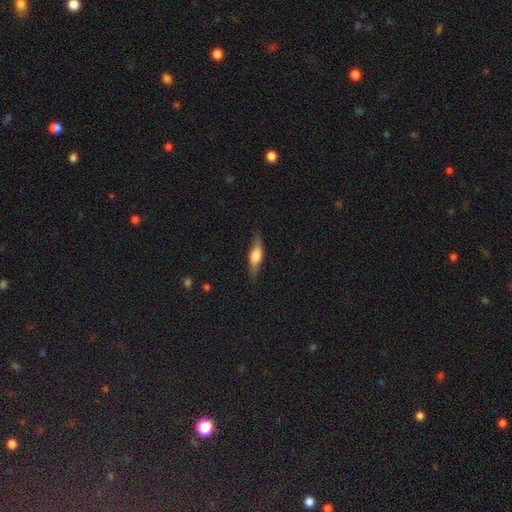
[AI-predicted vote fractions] Smooth or featured? Predicted: smooth (p=0.49). Merging? Predicted: none (p=0.79).